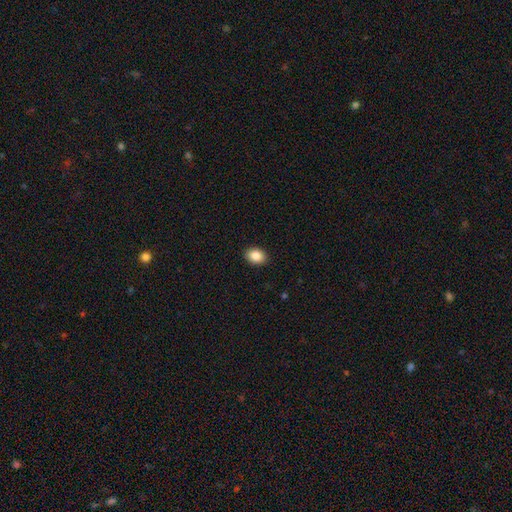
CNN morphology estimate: This is clearly a smooth galaxy (86%). How rounded: likely in between (68%). Merging: clearly none (91%).